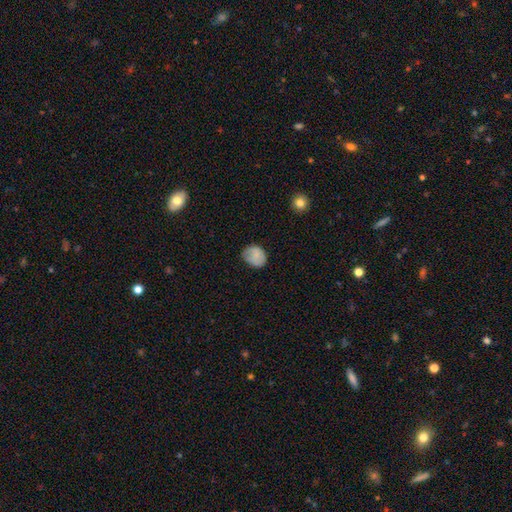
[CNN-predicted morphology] Smooth or featured? Predicted: smooth (p=0.81). How rounded? Predicted: round (p=0.53). Merging? Predicted: none (p=0.66).